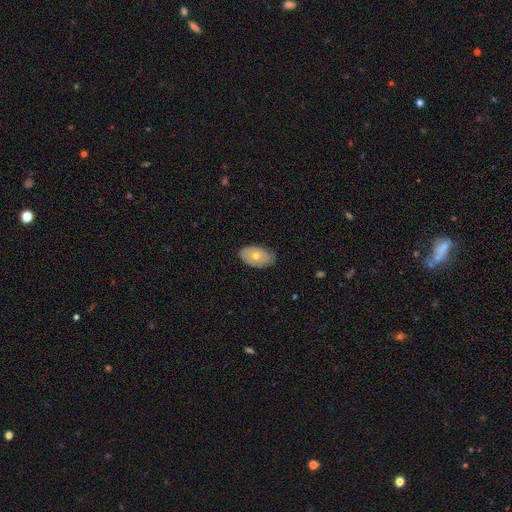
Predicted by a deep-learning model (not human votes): Overall: smooth (66%; featured or disk 27%). How rounded: in between (92%). Merging: none (78%).